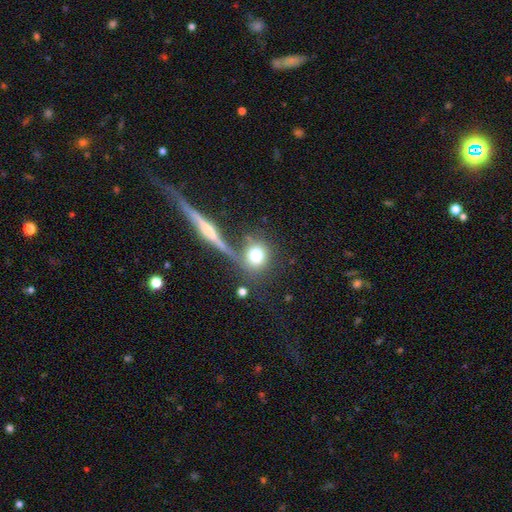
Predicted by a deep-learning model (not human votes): Morphology: type=smooth (73%); roundness=round (81%); merging=none (61%).